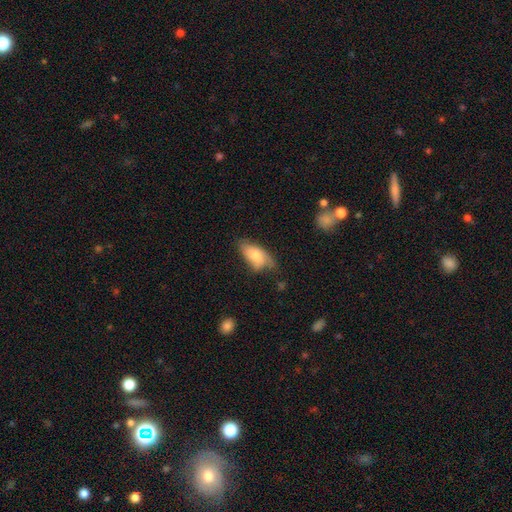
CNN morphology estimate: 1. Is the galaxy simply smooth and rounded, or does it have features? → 69% smooth, 24% featured or disk, 7% star or artifact.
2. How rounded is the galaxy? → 89% in between, 8% cigar-shaped, 3% round.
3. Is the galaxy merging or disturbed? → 48% none, 37% minor disturbance, 12% major disturbance, 3% merger.